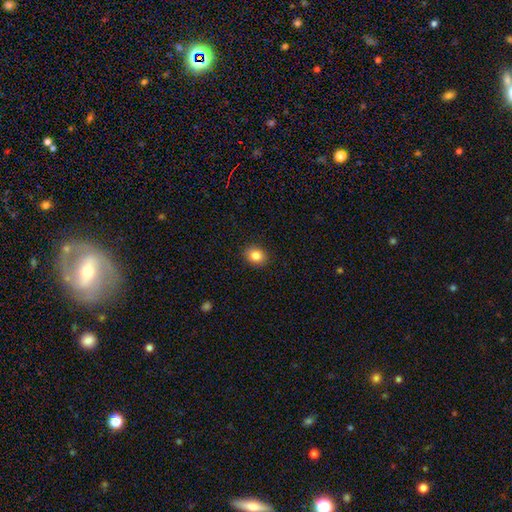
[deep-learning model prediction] Smooth or featured? Predicted: smooth (p=0.85). How rounded? Predicted: round (p=0.55). Merging? Predicted: none (p=0.90).